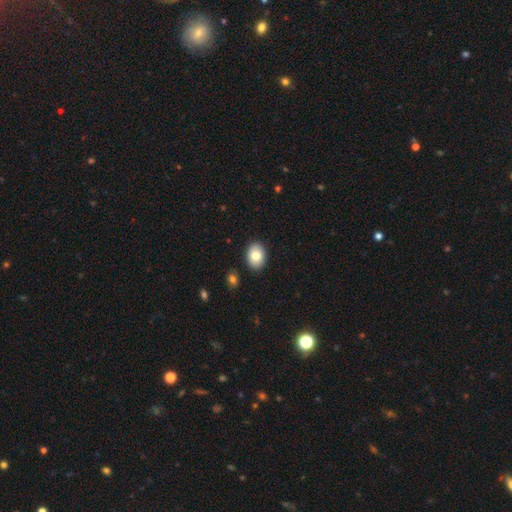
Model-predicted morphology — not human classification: smooth-or-featured: smooth: 80% | featured or disk: 12% | star or artifact: 7%
  how-rounded: in between: 75% | round: 24% | cigar-shaped: 1%
  merging: none: 90% | minor disturbance: 7% | major disturbance: 2% | merger: 2%